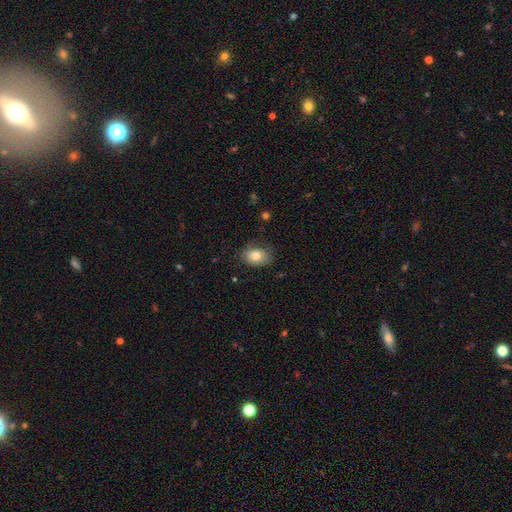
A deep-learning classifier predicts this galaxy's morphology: A smooth galaxy with no disk features (80%) that is in between round and cigar-shaped (74%).

Vote fractions:
- Smooth or featured? smooth: 80% / featured or disk: 12% / star or artifact: 8%
- How rounded? in between: 74% / round: 25% / cigar-shaped: 1%
- Merging? none: 76% / minor disturbance: 19% / major disturbance: 5% / merger: 1%